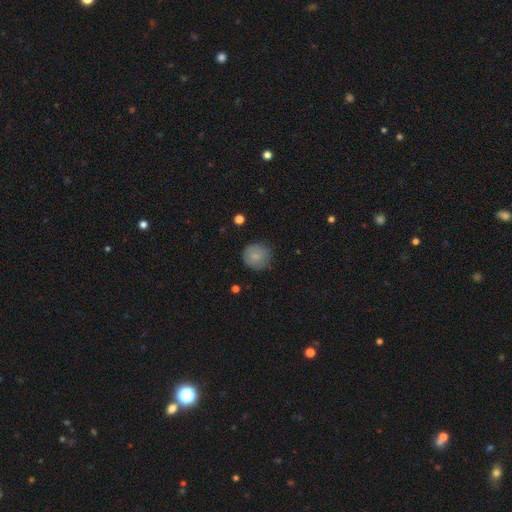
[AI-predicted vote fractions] The model was most divided on "merging": none: 79%, minor disturbance: 16%, major disturbance: 4%, merger: 1%. More confident: how rounded — round (91%); smooth or featured — smooth (82%).